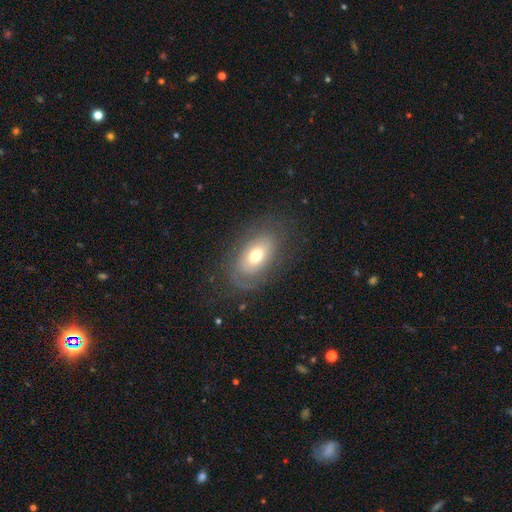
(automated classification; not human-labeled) Smooth or featured? Predicted: smooth (p=0.52). How rounded? Predicted: in between (p=0.88). Merging? Predicted: none (p=0.73).